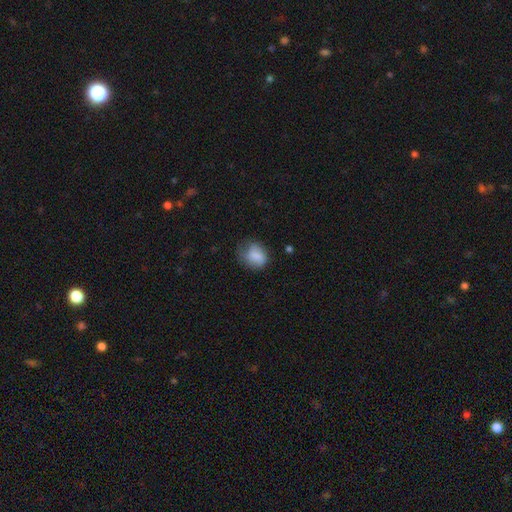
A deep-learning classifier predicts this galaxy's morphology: smooth-or-featured: smooth: 81% | featured or disk: 10% | star or artifact: 9%
  how-rounded: in between: 53% | round: 46% | cigar-shaped: 1%
  merging: none: 48% | minor disturbance: 34% | major disturbance: 16% | merger: 2%